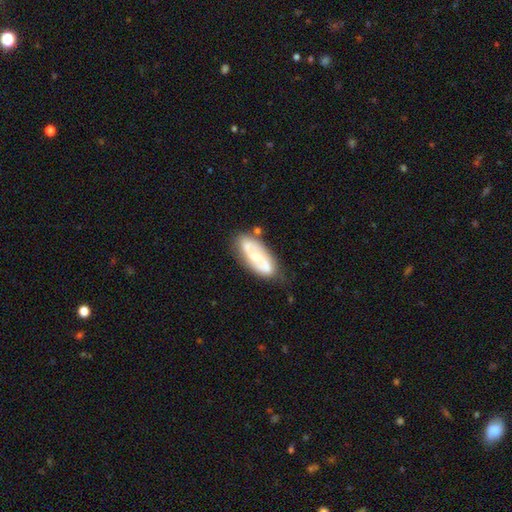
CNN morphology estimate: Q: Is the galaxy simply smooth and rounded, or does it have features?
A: featured or disk — 68%.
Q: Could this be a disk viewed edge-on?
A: no — 92%.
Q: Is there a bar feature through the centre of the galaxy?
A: no — 50%.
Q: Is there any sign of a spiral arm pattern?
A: yes — 84%.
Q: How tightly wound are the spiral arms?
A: medium — 46%.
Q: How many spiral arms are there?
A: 2 — 76%.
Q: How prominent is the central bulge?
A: small — 46%.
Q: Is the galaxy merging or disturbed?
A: none — 66%.